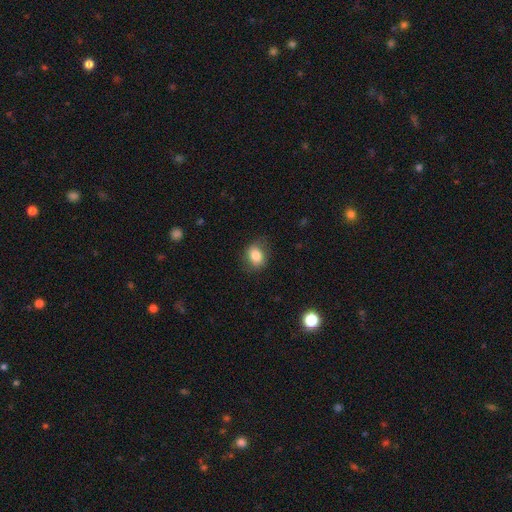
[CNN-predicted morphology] Smooth or featured?
  - smooth: 82% *
  - featured or disk: 9%
  - star or artifact: 9%
How rounded?
  - in between: 59% *
  - round: 40%
  - cigar-shaped: 1%
Merging?
  - none: 78% *
  - minor disturbance: 16%
  - major disturbance: 5%
  - merger: 1%